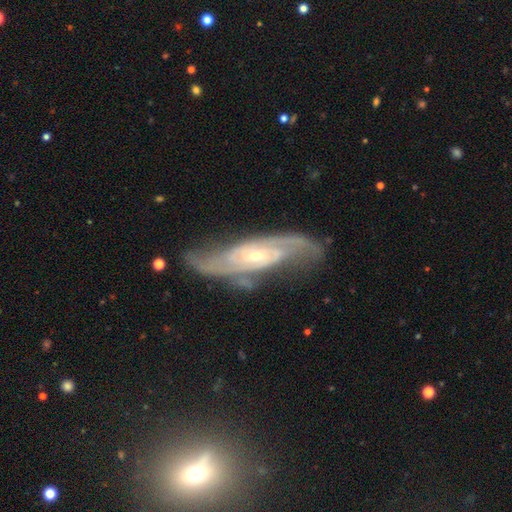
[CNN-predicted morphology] Smooth or featured? Predicted: featured or disk (p=0.87). Edge-on disk? Predicted: no (p=0.87). Bar? Predicted: no (p=0.53). Spiral arms? Predicted: yes (p=0.96). Spiral winding? Predicted: medium (p=0.44). Spiral arm count? Predicted: 2 (p=0.67). Bulge size? Predicted: small (p=0.64). Merging? Predicted: none (p=0.70).